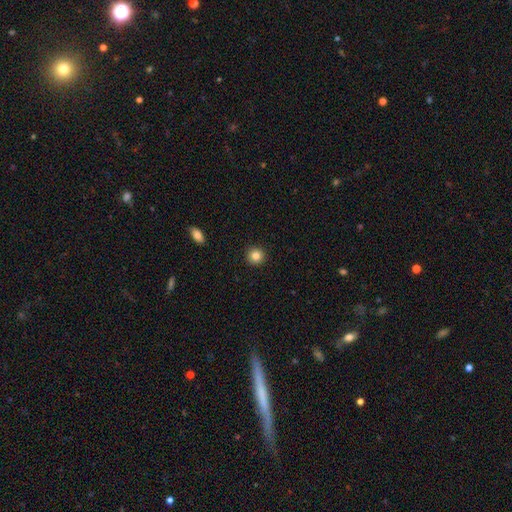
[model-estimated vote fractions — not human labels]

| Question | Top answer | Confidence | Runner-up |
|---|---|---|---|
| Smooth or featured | smooth | 83% | star or artifact (10%) |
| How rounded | round | 95% | in between (4%) |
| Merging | none | 93% | minor disturbance (5%) |